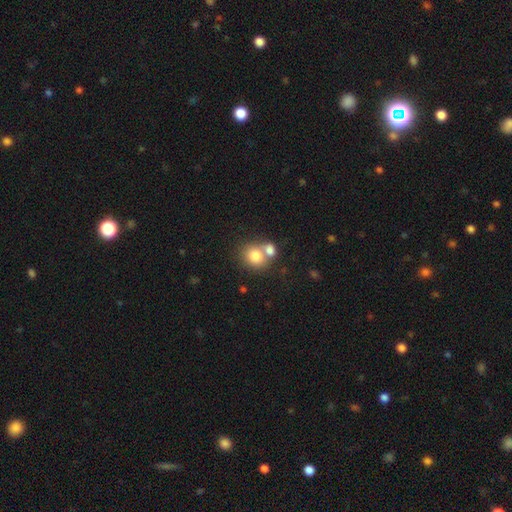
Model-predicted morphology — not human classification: This appears to be a smooth galaxy with no disk features (77%) that is round (74%). Merging: merger (49%).